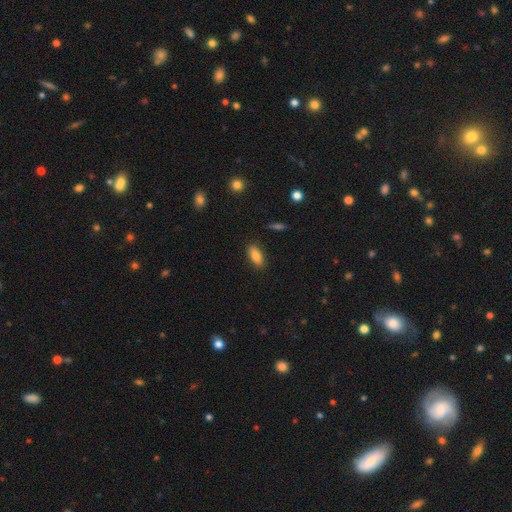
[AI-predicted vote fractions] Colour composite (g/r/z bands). It shows a smooth galaxy with no disk features (84%) that is in between round and cigar-shaped (83%). Merging: none (87%).